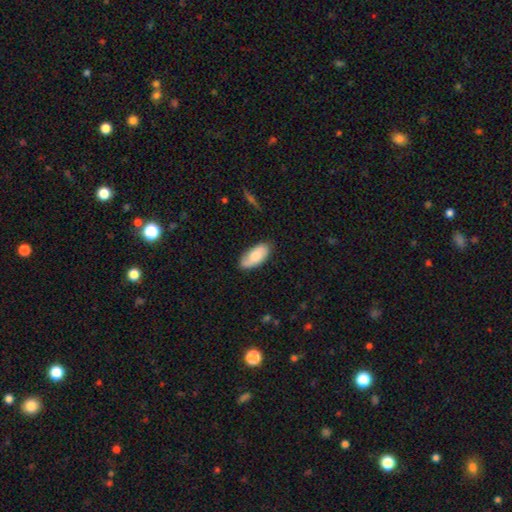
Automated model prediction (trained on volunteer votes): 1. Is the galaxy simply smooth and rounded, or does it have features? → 72% smooth, 22% featured or disk, 6% star or artifact.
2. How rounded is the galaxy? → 91% in between, 7% cigar-shaped, 2% round.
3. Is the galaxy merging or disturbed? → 75% none, 20% minor disturbance, 4% major disturbance, 2% merger.